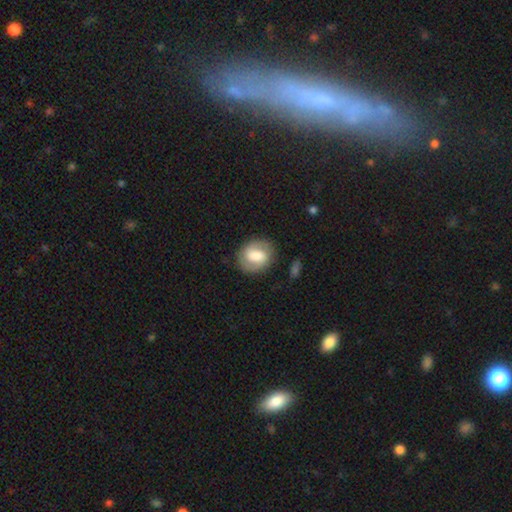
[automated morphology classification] This is possibly a featured or disk galaxy (50%). Merging: likely none (80%).